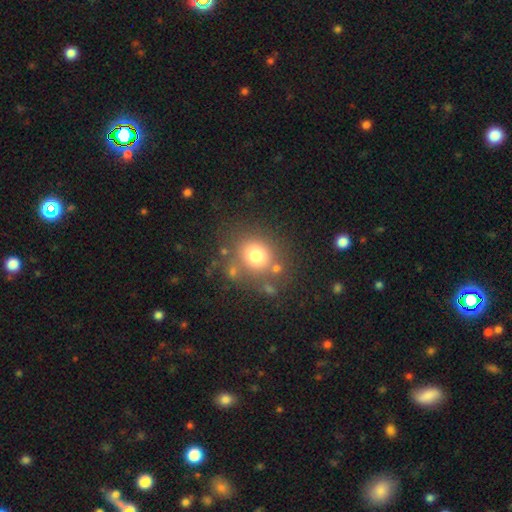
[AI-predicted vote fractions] Smooth or featured? Predicted: smooth (p=0.75). How rounded? Predicted: round (p=0.79). Merging? Predicted: none (p=0.71).